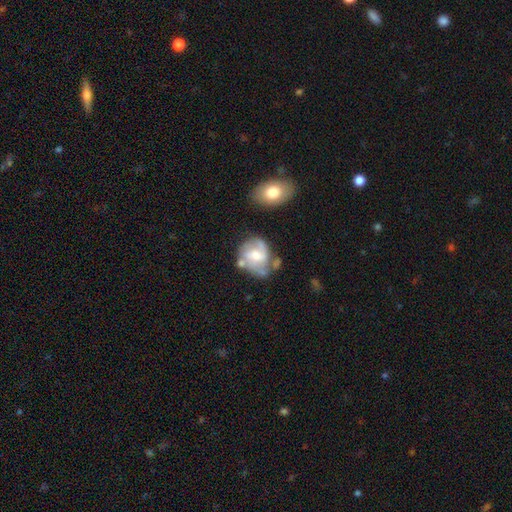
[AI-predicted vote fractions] smooth-or-featured: featured or disk: 63% | smooth: 30% | star or artifact: 7%
  disk-edge-on: no: 97% | yes: 3%
    bar: no: 52% | weak: 39% | strong: 9%
    has-spiral-arms: yes: 72% | no: 28%
    bulge-size: moderate: 57% | small: 30% | large: 7% | none: 5% | dominant: 1%
  merging: none: 44% | minor disturbance: 25% | major disturbance: 17% | merger: 15%